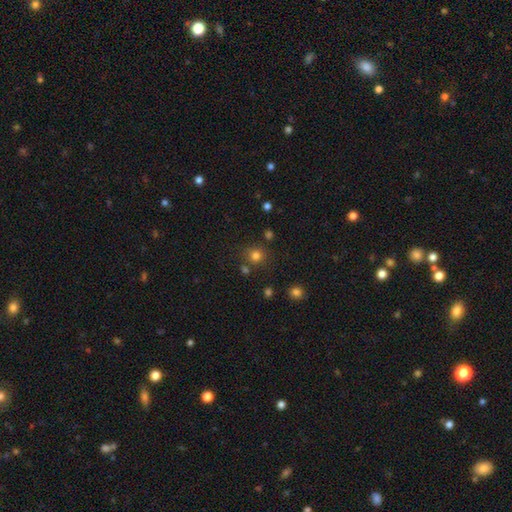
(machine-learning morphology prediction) Overall: smooth (78%). How rounded: round (89%). Merging: none (78%).